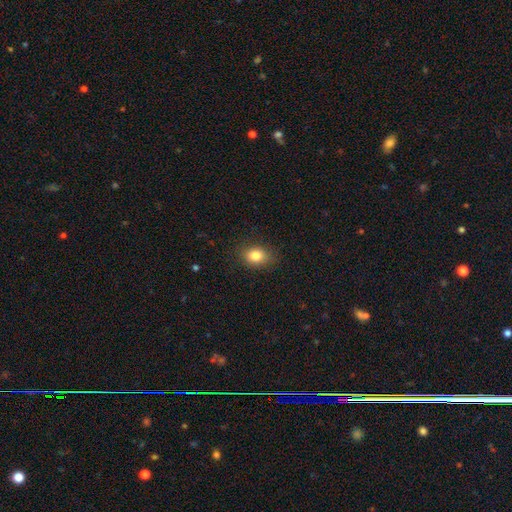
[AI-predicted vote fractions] smooth_or_featured: smooth (p=0.83) [alt: star or artifact p=0.10]
how_rounded: in between (p=0.61) [alt: round p=0.38]
merging: none (p=0.84) [alt: minor disturbance p=0.12]